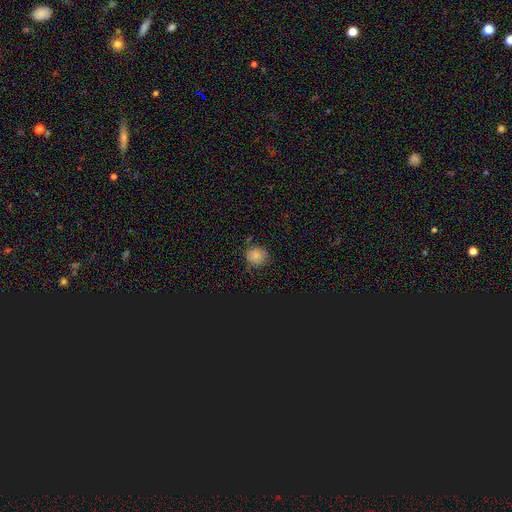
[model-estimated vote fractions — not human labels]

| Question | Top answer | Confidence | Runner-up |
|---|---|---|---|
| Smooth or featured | smooth | 75% | star or artifact (18%) |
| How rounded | round | 88% | in between (11%) |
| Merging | none | 78% | minor disturbance (15%) |